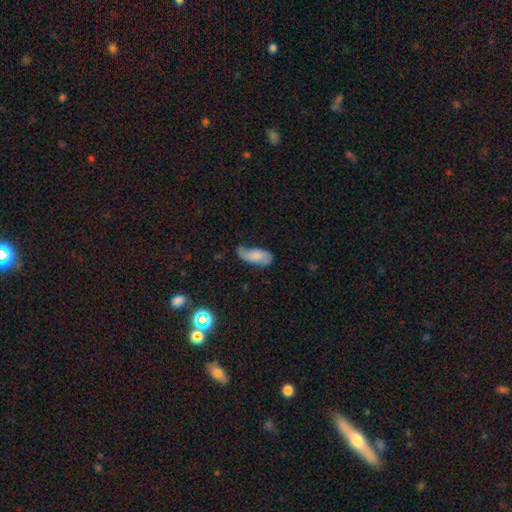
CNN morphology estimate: A smooth galaxy with no disk features (64%) that is in between round and cigar-shaped (83%). Merging: none (42%).